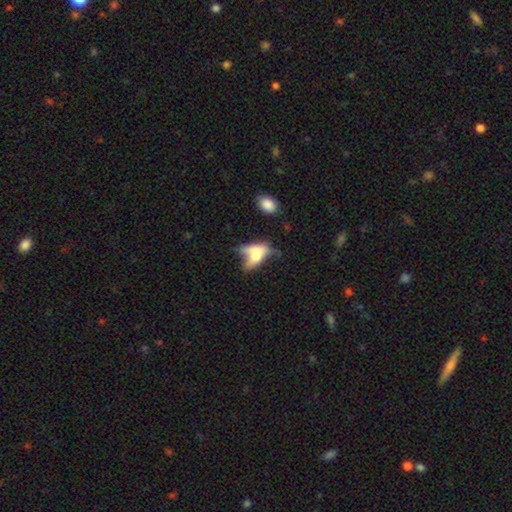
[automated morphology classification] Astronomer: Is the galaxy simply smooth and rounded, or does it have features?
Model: smooth — 52% (runner-up: featured or disk, 38%).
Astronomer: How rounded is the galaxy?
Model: in between — 73%.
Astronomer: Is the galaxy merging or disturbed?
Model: merger — 34% (runner-up: major disturbance, 26%).